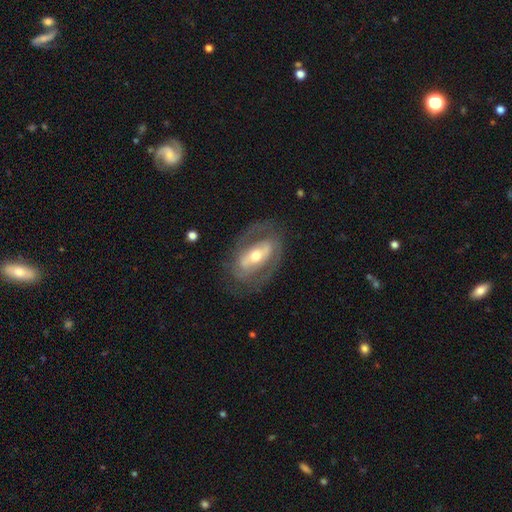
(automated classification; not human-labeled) smooth_or_featured: featured or disk (p=0.78) [alt: smooth p=0.17]
disk_edge_on: no (p=0.91) [alt: yes p=0.09]
bar: strong (p=0.50) [alt: weak p=0.26]
has_spiral_arms: yes (p=0.61) [alt: no p=0.39]
bulge_size: moderate (p=0.63) [alt: small p=0.28]
merging: none (p=0.73) [alt: minor disturbance p=0.15]